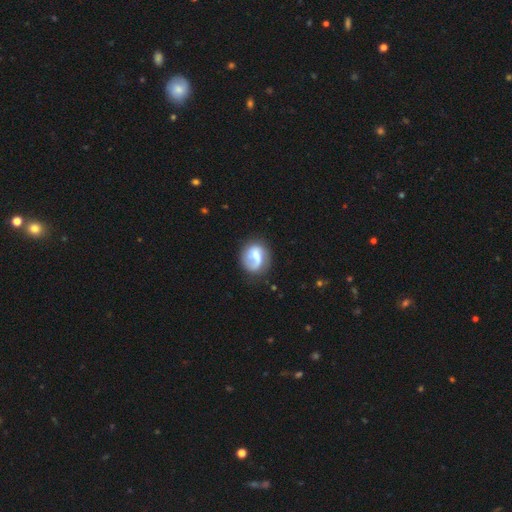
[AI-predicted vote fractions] Q: Smooth or featured?
A: featured or disk (56%); runner-up: smooth (37%)
Q: Edge-on disk?
A: no (97%); runner-up: yes (3%)
Q: Bar?
A: no (52%); runner-up: weak (39%)
Q: Spiral arms?
A: yes (81%); runner-up: no (19%)
Q: Bulge size?
A: moderate (51%); runner-up: small (28%)
Q: Merging?
A: none (62%); runner-up: minor disturbance (20%)